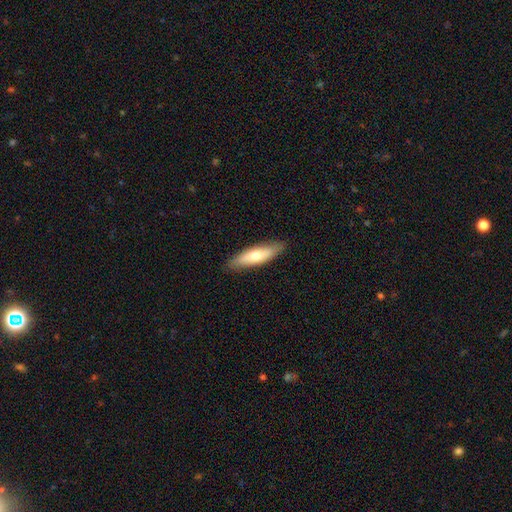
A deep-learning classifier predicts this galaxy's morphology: Overall: smooth (67%; featured or disk 27%). How rounded: cigar-shaped (66%; in between 33%). Merging: none (87%).